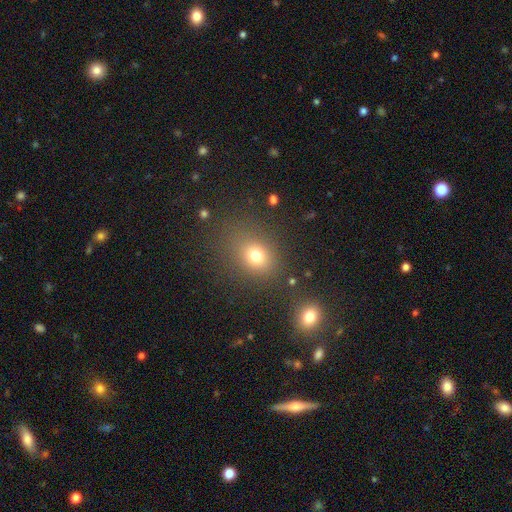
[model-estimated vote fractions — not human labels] Smooth or featured?
  - smooth: 74% *
  - star or artifact: 17%
  - featured or disk: 9%
How rounded?
  - round: 56% *
  - in between: 42%
  - cigar-shaped: 1%
Merging?
  - none: 77% *
  - minor disturbance: 12%
  - major disturbance: 7%
  - merger: 4%